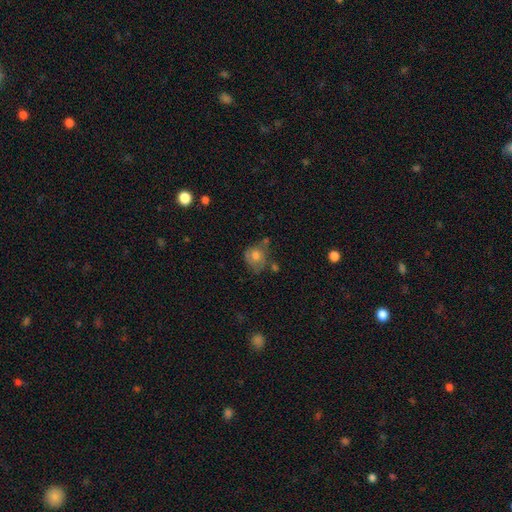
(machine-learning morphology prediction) smooth-or-featured: smooth: 62% | featured or disk: 28% | star or artifact: 10%
  how-rounded: round: 66% | in between: 33% | cigar-shaped: 1%
  merging: none: 43% | minor disturbance: 29% | major disturbance: 16% | merger: 12%